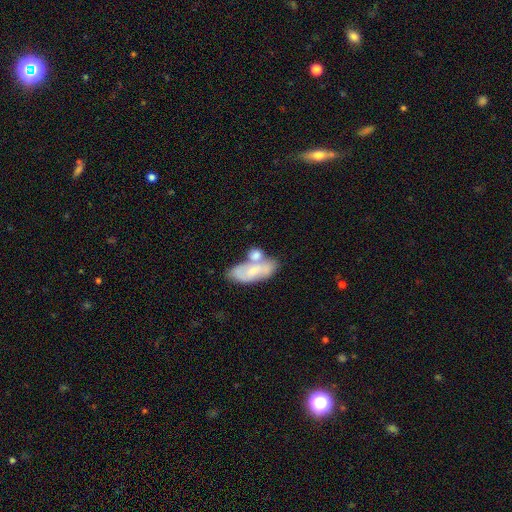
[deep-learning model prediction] Smooth or featured? Predicted: smooth (p=0.60). How rounded? Predicted: in between (p=0.78). Merging? Predicted: merger (p=0.52).